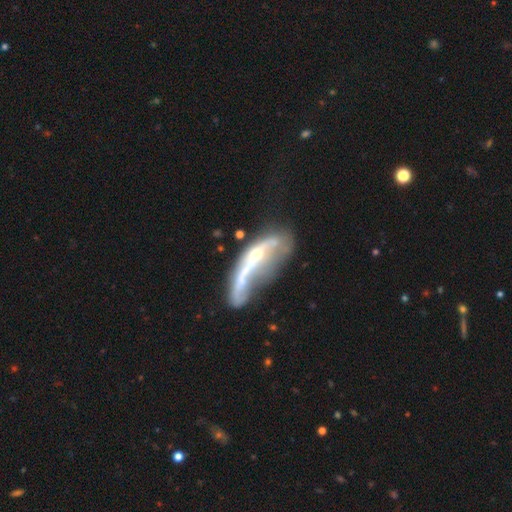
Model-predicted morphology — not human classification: Q: Smooth or featured?
A: featured or disk (66%); runner-up: smooth (26%)
Q: Edge-on disk?
A: no (71%); runner-up: yes (29%)
Q: Merging?
A: major disturbance (35%); runner-up: merger (32%)